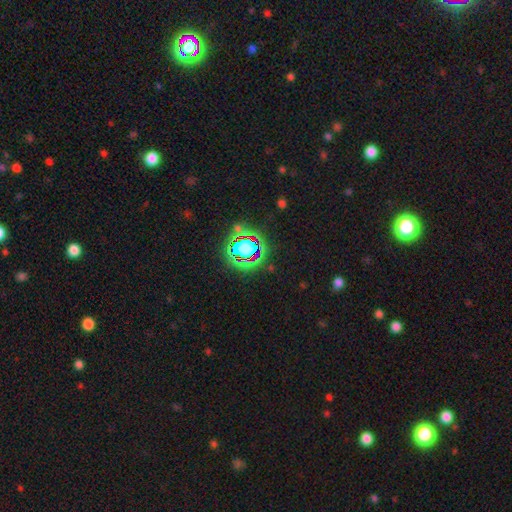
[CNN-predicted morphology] smooth_or_featured: star or artifact (p=0.80) [alt: smooth p=0.12]